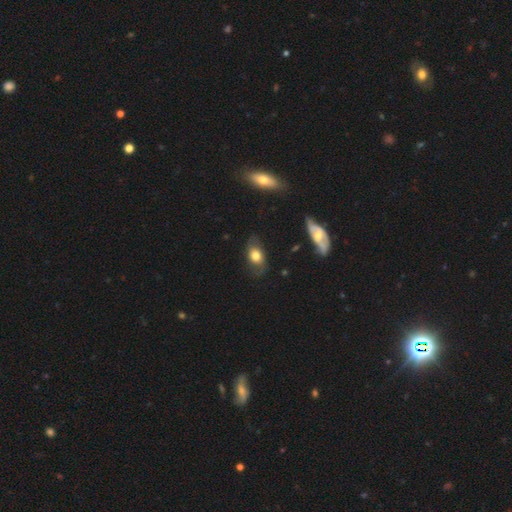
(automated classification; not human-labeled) This appears to be a smooth galaxy with no disk features (58%) that is in between round and cigar-shaped (78%). Merging: none (66%).